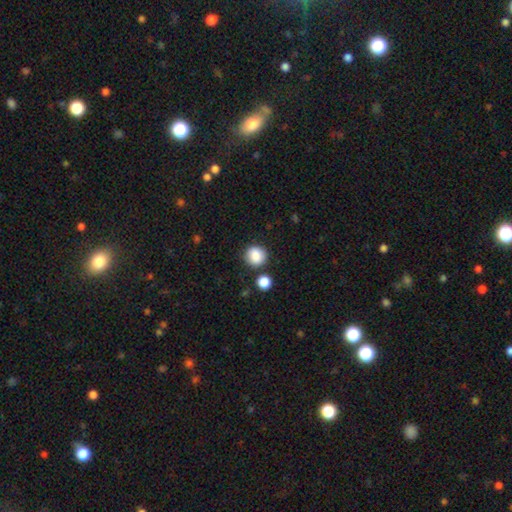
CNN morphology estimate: Smooth or featured: smooth — 87% (star or artifact — 9%)
How rounded: round — 86% (in between — 13%)
Merging: none — 80% (minor disturbance — 10%)